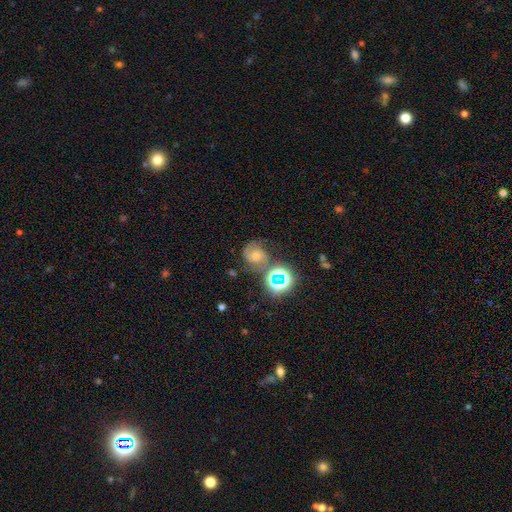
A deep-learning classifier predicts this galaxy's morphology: Smooth or featured? Predicted: featured or disk (p=0.62). Edge-on disk? Predicted: no (p=0.97). Bar? Predicted: no (p=0.56). Spiral arms? Predicted: yes (p=0.94). Spiral winding? Predicted: medium (p=0.54). Spiral arm count? Predicted: 2 (p=0.85). Bulge size? Predicted: moderate (p=0.36). Merging? Predicted: none (p=0.60).